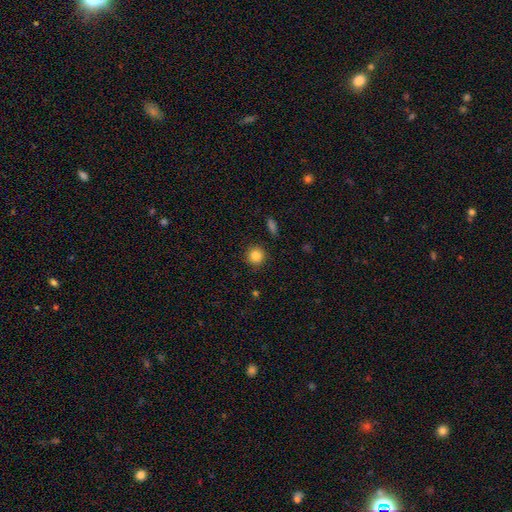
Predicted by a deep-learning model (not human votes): This appears to be a smooth galaxy with no disk features (84%) that is round (92%). Merging: none (89%).